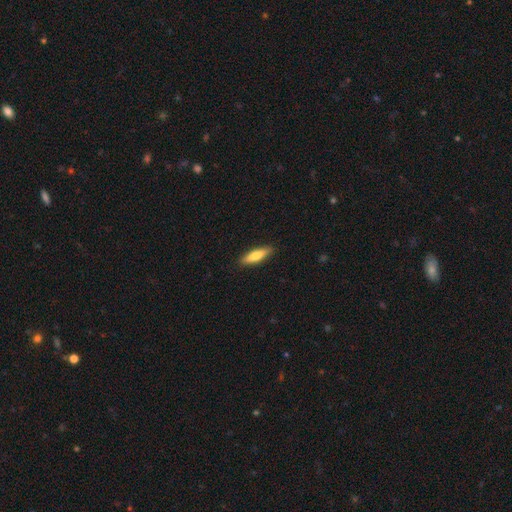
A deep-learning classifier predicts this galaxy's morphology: Smooth or featured: smooth — 77% (featured or disk — 18%)
How rounded: cigar-shaped — 68% (in between — 31%)
Merging: none — 89% (minor disturbance — 8%)